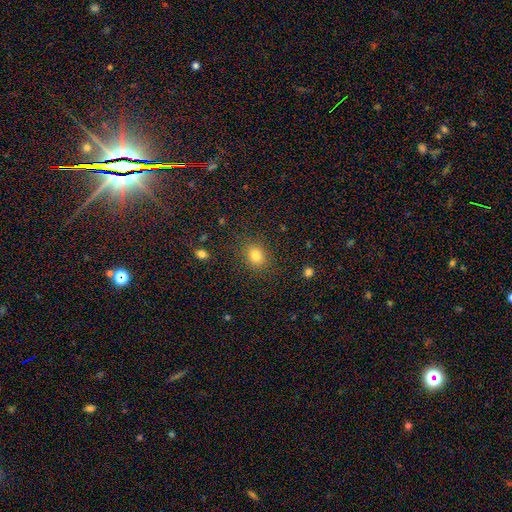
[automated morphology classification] The model was most divided on "how rounded": round: 54%, in between: 45%, cigar-shaped: 1%. More confident: merging — none (85%); smooth or featured — smooth (81%).